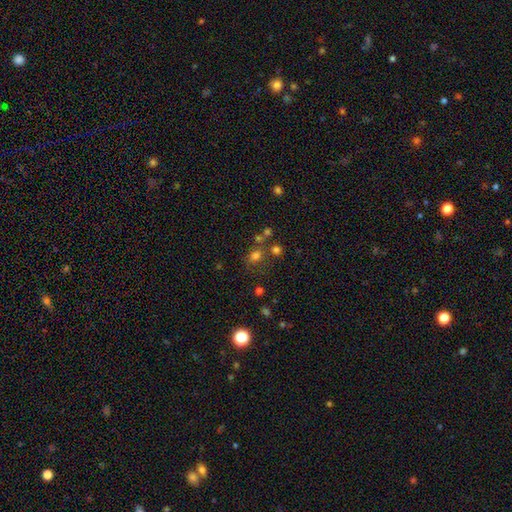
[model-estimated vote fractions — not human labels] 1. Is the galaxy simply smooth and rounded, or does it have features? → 69% smooth, 22% star or artifact, 9% featured or disk.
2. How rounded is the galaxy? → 61% round, 37% in between, 1% cigar-shaped.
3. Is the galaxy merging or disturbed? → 61% none, 18% merger, 14% minor disturbance, 7% major disturbance.